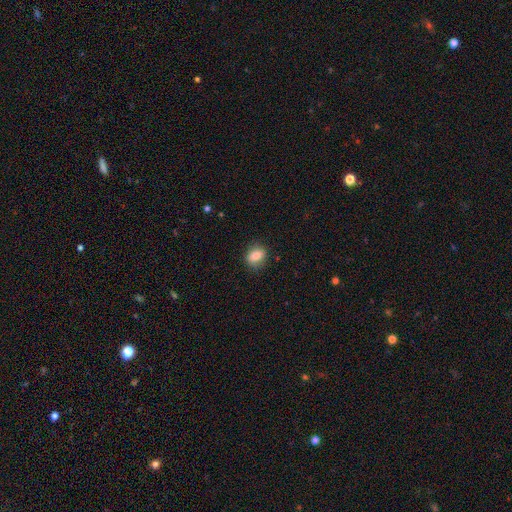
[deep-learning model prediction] Q: Smooth or featured?
A: smooth (82%); runner-up: featured or disk (9%)
Q: How rounded?
A: in between (57%); runner-up: round (41%)
Q: Merging?
A: none (84%); runner-up: minor disturbance (12%)